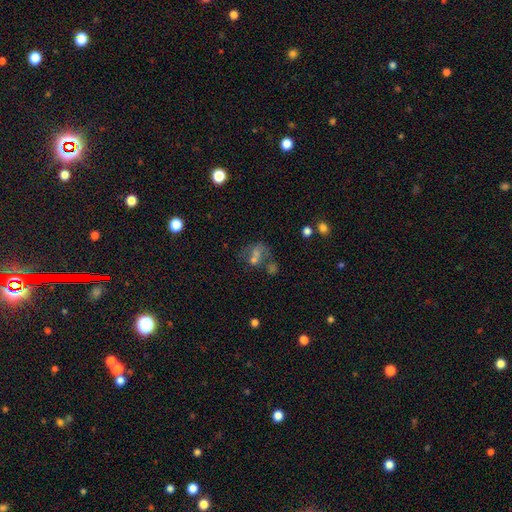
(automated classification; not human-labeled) This appears to be a smooth galaxy with no disk features (52%) that is in between round and cigar-shaped (50%). Merging: merger (51%).